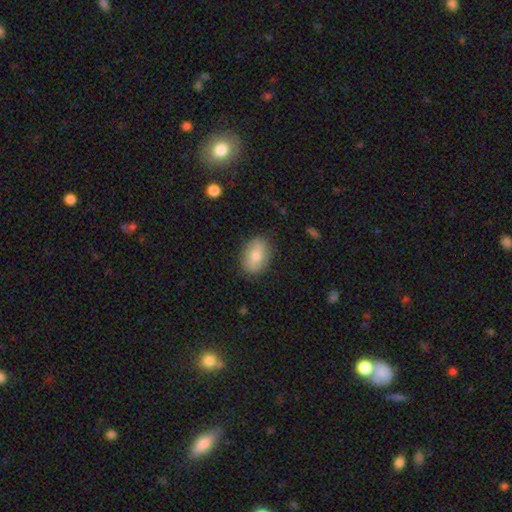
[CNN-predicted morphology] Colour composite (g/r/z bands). It shows a smooth galaxy with no disk features (74%) that is in between round and cigar-shaped (84%). Merging: none (85%).